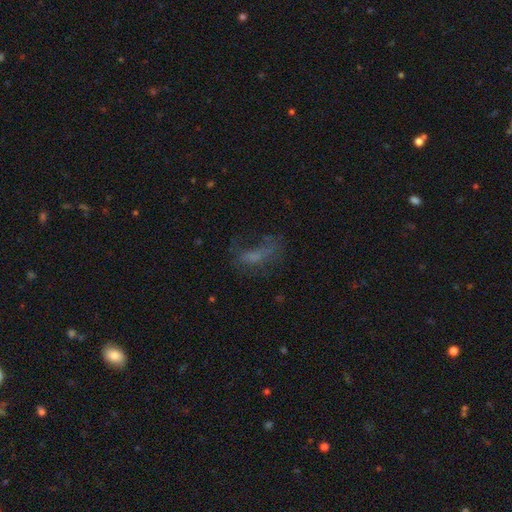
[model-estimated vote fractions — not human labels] Smooth or featured? smooth (45%)
Merging? major disturbance (38%, tied with none)